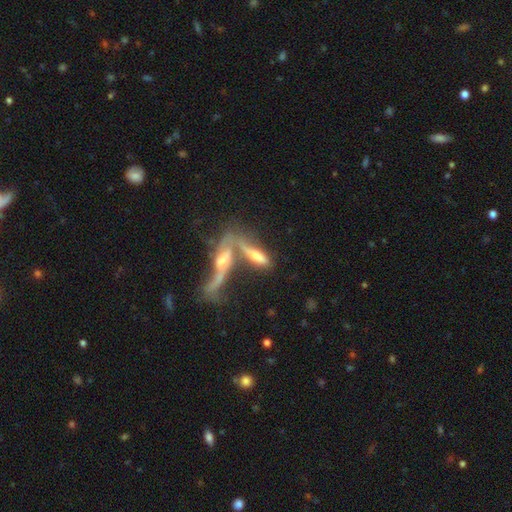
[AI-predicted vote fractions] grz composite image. It shows a featured or disk galaxy (50%). Merging: merger (61%).